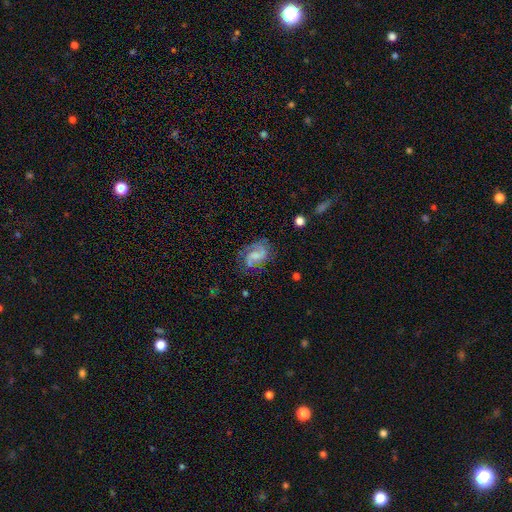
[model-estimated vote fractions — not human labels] A featured or disk galaxy (72%) with no bar (46%), 2 (73%) medium (47%) spiral arms (92%) and no central bulge (42%).

Vote fractions:
- Smooth or featured? featured or disk: 72% / smooth: 20% / star or artifact: 8%
- Edge-on disk? no: 98% / yes: 2%
- Bar? no: 46% / weak: 44% / strong: 11%
- Spiral arms? yes: 92% / no: 8%
- Spiral winding? medium: 47% / loose: 30% / tight: 23%
- Spiral arm count? 2: 73% / 1: 12% / can't tell: 9% / 3: 3% / 4: 1% / more than 4: 1%
- Bulge size? none: 42% / small: 30% / moderate: 20% / large: 7% / dominant: 2%
- Merging? none: 60% / minor disturbance: 22% / major disturbance: 16% / merger: 3%